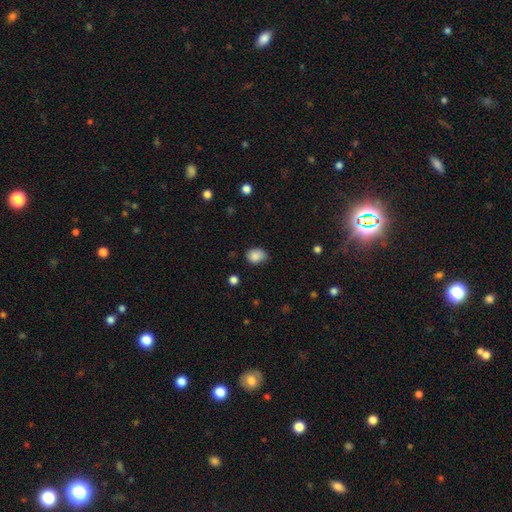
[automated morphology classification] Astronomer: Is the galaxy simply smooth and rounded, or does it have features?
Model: smooth — 86%.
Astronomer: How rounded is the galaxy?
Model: in between — 65%.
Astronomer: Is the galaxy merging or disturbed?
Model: none — 67%.